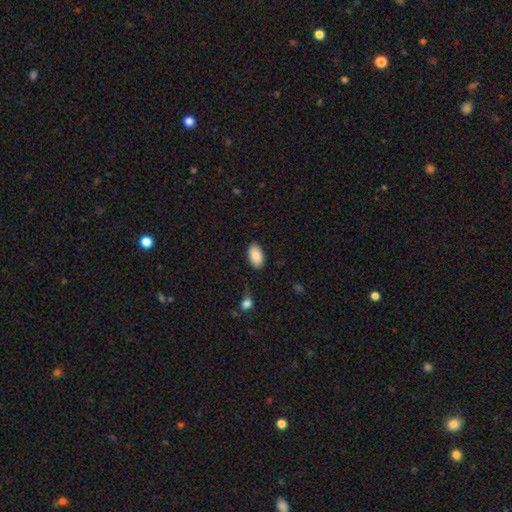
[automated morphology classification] This is clearly a smooth galaxy (90%). How rounded: clearly in between (95%). Merging: clearly none (84%).